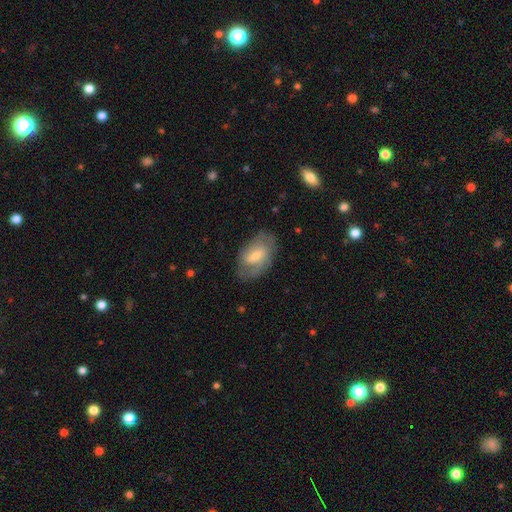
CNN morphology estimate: A featured or disk galaxy (59%) with a weak bar (54%), spiral arms (79%) and a small central bulge (51%).

Vote fractions:
- Smooth or featured? featured or disk: 59% / smooth: 34% / star or artifact: 6%
- Edge-on disk? no: 94% / yes: 6%
- Bar? weak: 54% / no: 25% / strong: 20%
- Spiral arms? yes: 79% / no: 21%
- Bulge size? small: 51% / moderate: 40% / none: 4% / large: 4% / dominant: 1%
- Merging? none: 70% / minor disturbance: 20% / major disturbance: 8% / merger: 1%